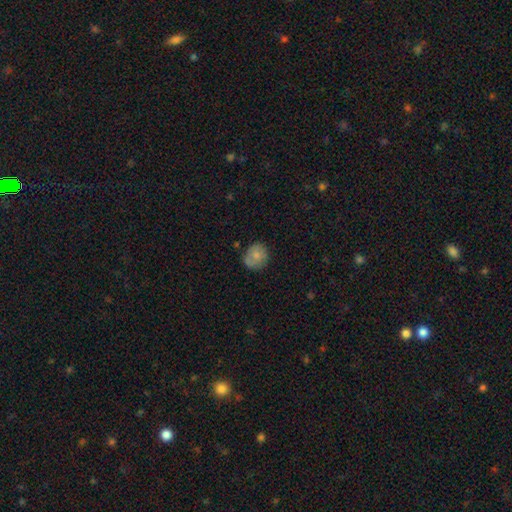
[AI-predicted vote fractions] Smooth or featured?
  - smooth: 74% *
  - featured or disk: 18%
  - star or artifact: 8%
How rounded?
  - round: 80% *
  - in between: 20%
  - cigar-shaped: 1%
Merging?
  - none: 73% *
  - minor disturbance: 21%
  - major disturbance: 5%
  - merger: 2%